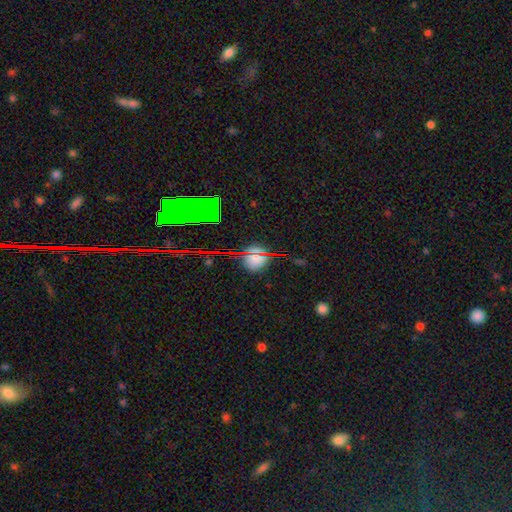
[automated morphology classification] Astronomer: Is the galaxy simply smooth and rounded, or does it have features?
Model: smooth — 47% (runner-up: star or artifact, 43%).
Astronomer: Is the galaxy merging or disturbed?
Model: none — 82%.